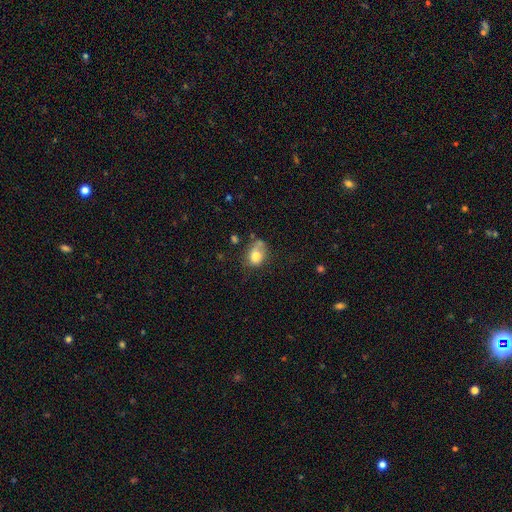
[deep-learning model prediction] The model was most divided on "merging": none: 41%, minor disturbance: 31%, major disturbance: 15%, merger: 13%. More confident: smooth or featured — smooth (75%); how rounded — in between (67%).